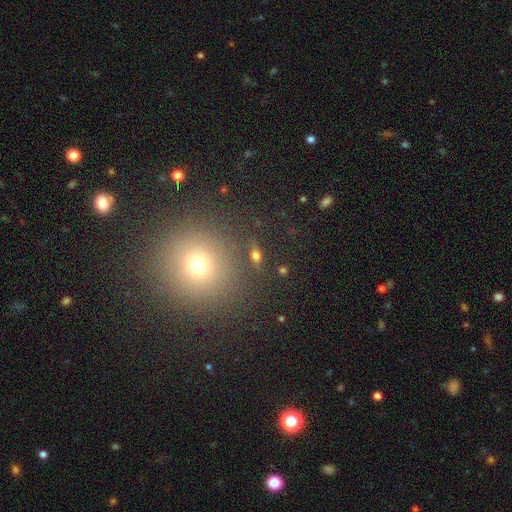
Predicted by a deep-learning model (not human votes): Smooth or featured?
  - smooth: 59% *
  - featured or disk: 23%
  - star or artifact: 18%
How rounded?
  - in between: 64% *
  - round: 21%
  - cigar-shaped: 15%
Merging?
  - none: 81% *
  - minor disturbance: 10%
  - merger: 5%
  - major disturbance: 4%